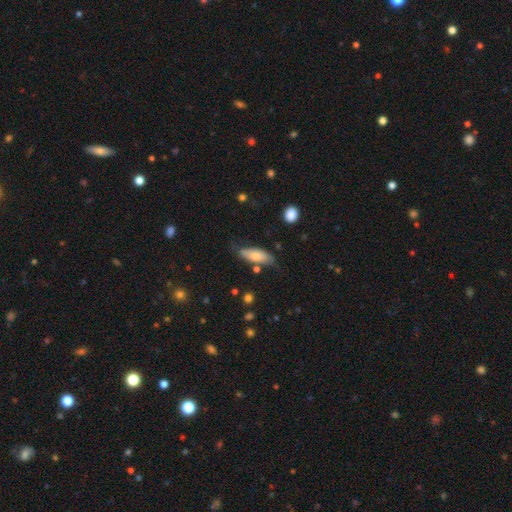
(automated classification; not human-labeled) Overall: smooth (72%). How rounded: in between (71%). Merging: none (61%; minor disturbance 27%).